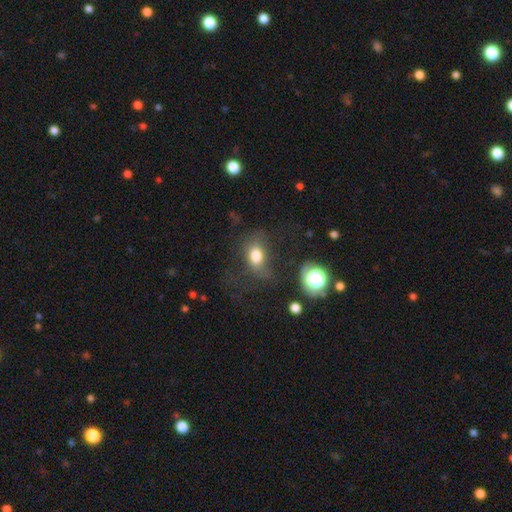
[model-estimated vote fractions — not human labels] A smooth galaxy with no disk features (72%) that is in between round and cigar-shaped (73%).

Vote fractions:
- Smooth or featured? smooth: 72% / featured or disk: 15% / star or artifact: 13%
- How rounded? in between: 73% / round: 25% / cigar-shaped: 2%
- Merging? none: 49% / major disturbance: 24% / minor disturbance: 23% / merger: 4%